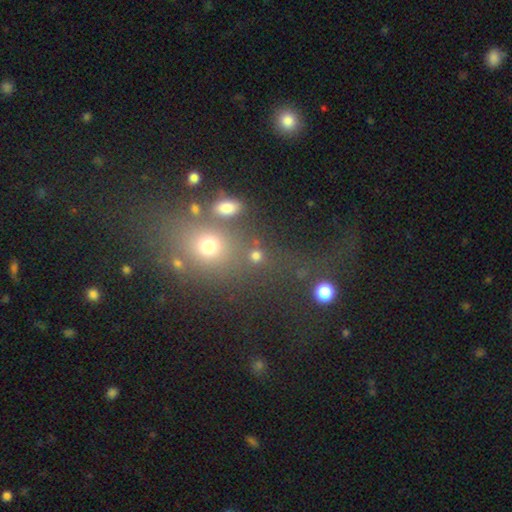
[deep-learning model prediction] Smooth or featured? smooth (69%)
How rounded? round (74%)
Merging? none (63%)